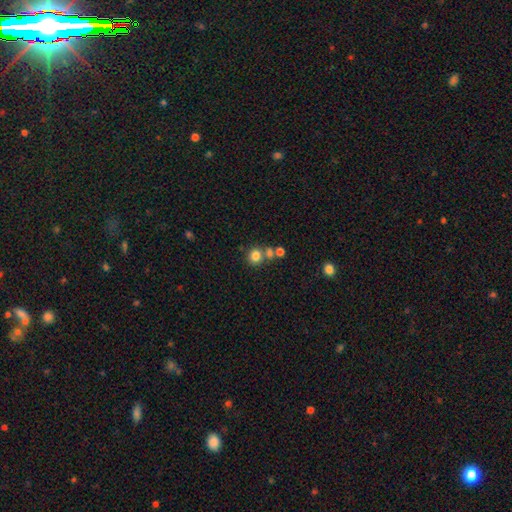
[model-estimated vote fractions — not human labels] This appears to be a smooth galaxy with no disk features (80%) that is round (84%). Merging: none (62%).